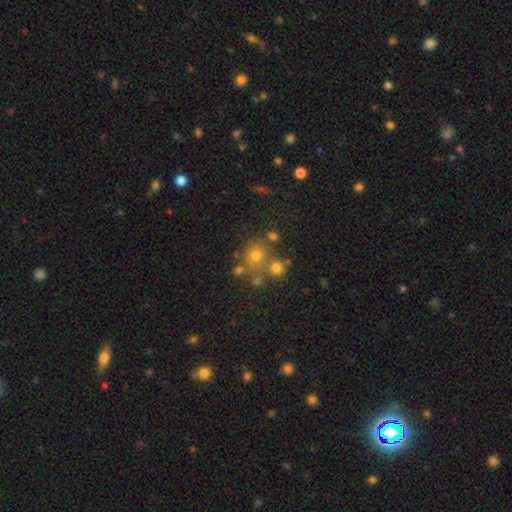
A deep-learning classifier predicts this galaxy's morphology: Smooth or featured?
  - smooth: 64% *
  - star or artifact: 23%
  - featured or disk: 13%
How rounded?
  - round: 84% *
  - in between: 15%
  - cigar-shaped: 1%
Merging?
  - none: 60% *
  - merger: 24%
  - minor disturbance: 10%
  - major disturbance: 5%